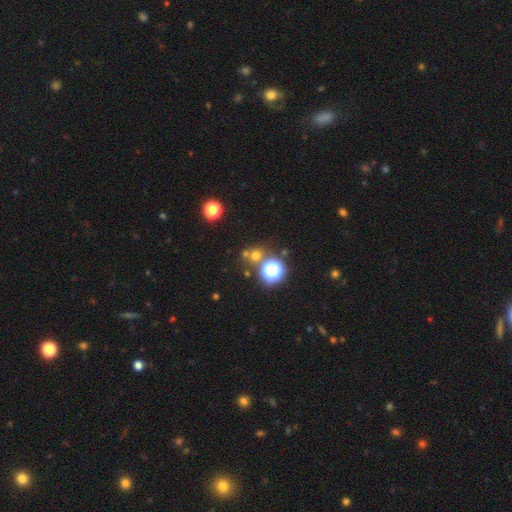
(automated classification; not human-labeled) The model was most divided on "smooth or featured": smooth: 58%, star or artifact: 33%, featured or disk: 8%. More confident: how rounded — round (88%); merging — none (67%).